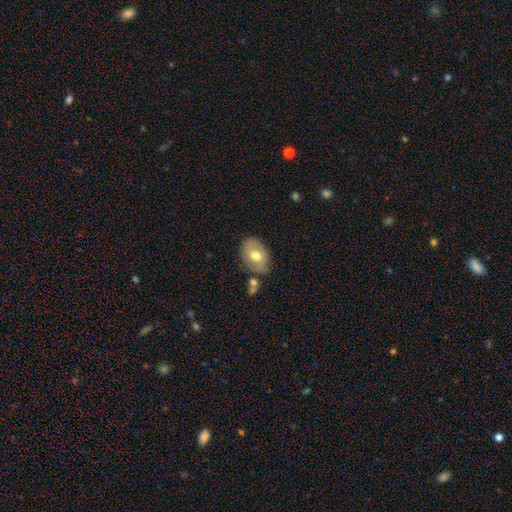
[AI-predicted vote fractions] A smooth galaxy with no disk features (63%) that is in between round and cigar-shaped (83%). Merging: none (74%).